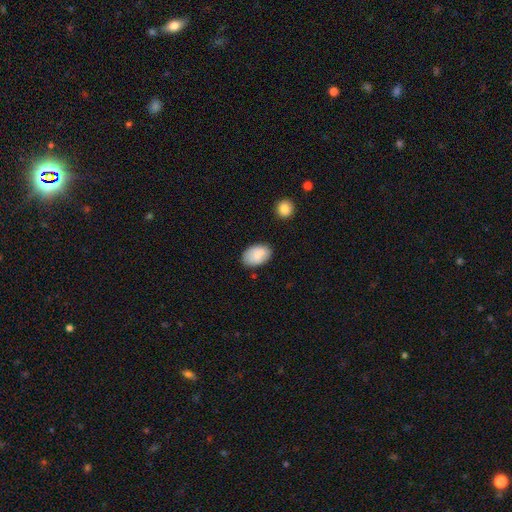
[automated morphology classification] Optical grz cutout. It shows a smooth galaxy with no disk features (83%) that is in between round and cigar-shaped (90%). Merging: none (72%).